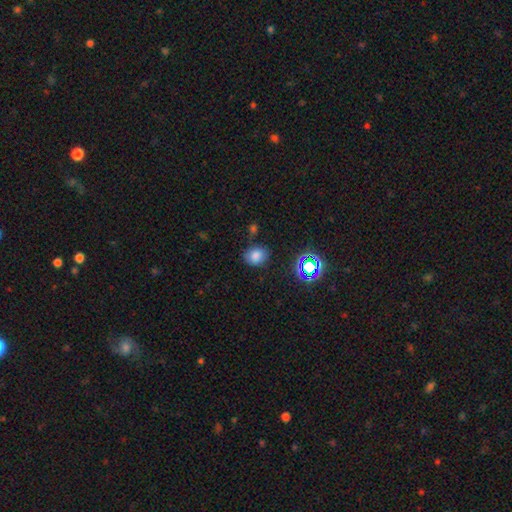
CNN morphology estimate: A smooth galaxy with no disk features (76%) that is in between round and cigar-shaped (52%). Merging: none (76%).